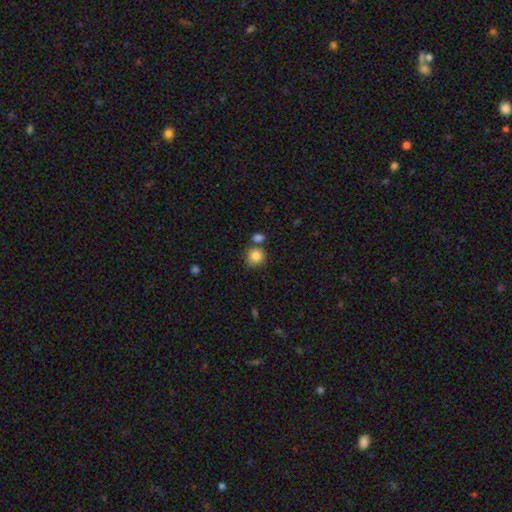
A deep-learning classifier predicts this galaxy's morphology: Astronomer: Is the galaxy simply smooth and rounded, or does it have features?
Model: smooth — 86%.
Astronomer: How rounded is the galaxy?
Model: round — 87%.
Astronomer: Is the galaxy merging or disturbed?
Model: none — 64%.